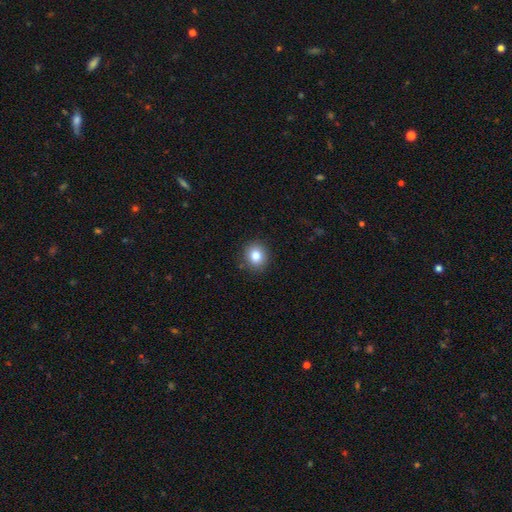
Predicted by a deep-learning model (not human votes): This is clearly a smooth galaxy (83%). How rounded: likely round (79%). Merging: clearly none (89%).